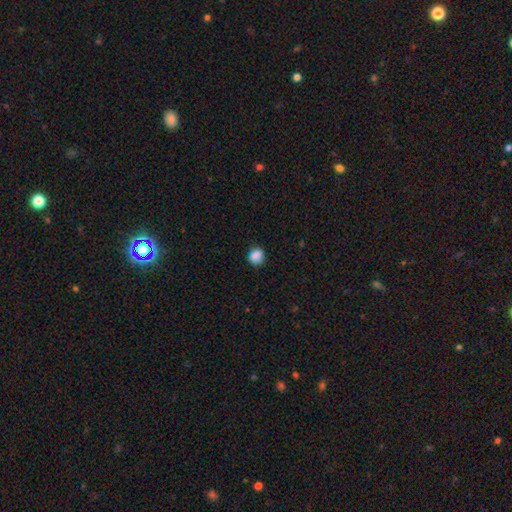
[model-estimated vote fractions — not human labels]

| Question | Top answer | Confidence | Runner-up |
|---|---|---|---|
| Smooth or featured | smooth | 87% | star or artifact (10%) |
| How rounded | round | 76% | in between (23%) |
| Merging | none | 79% | minor disturbance (16%) |